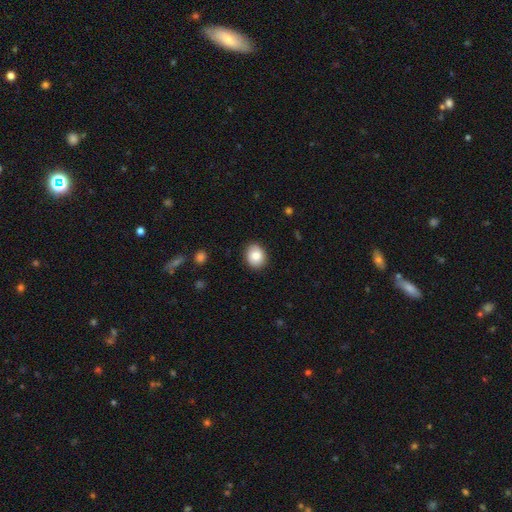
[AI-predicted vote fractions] A smooth galaxy with no disk features (85%) that is in between round and cigar-shaped (50%). Merging: none (88%).